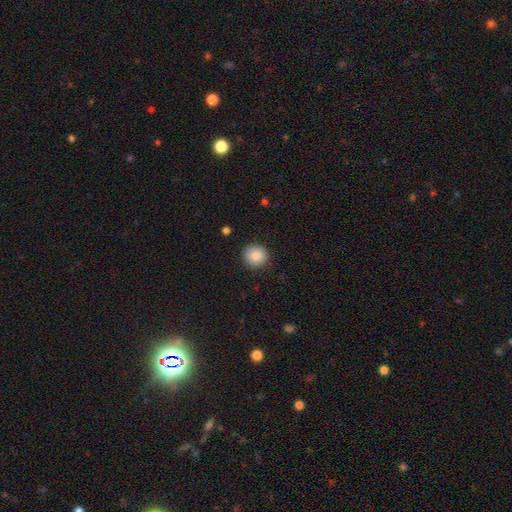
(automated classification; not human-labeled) Smooth or featured?
  - smooth: 86% *
  - star or artifact: 9%
  - featured or disk: 5%
How rounded?
  - round: 92% *
  - in between: 8%
  - cigar-shaped: 1%
Merging?
  - none: 91% *
  - minor disturbance: 6%
  - major disturbance: 2%
  - merger: 1%